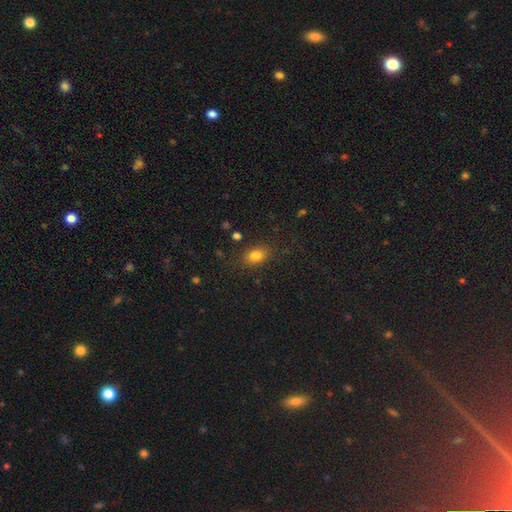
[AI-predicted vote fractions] smooth_or_featured: smooth (p=0.82) [alt: star or artifact p=0.11]
how_rounded: in between (p=0.75) [alt: round p=0.23]
merging: none (p=0.83) [alt: minor disturbance p=0.12]